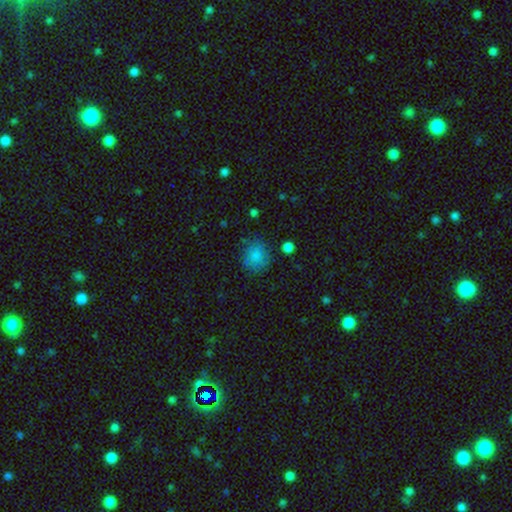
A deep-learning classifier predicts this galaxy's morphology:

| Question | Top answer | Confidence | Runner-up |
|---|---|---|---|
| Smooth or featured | smooth | 83% | star or artifact (9%) |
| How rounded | round | 71% | in between (28%) |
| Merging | none | 74% | minor disturbance (18%) |